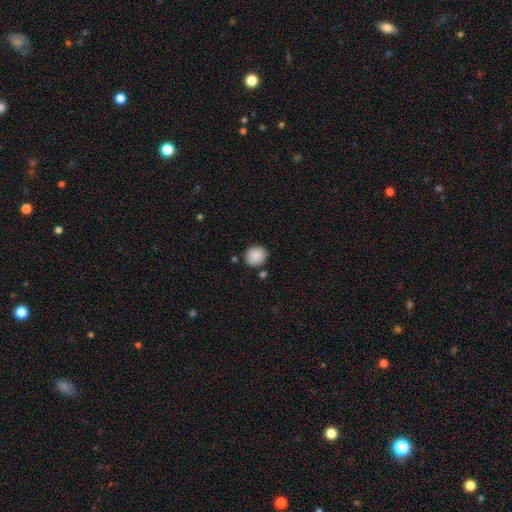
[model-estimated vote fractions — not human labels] A smooth galaxy with no disk features (88%) that is round (76%).

Vote fractions:
- Smooth or featured? smooth: 88% / star or artifact: 8% / featured or disk: 5%
- How rounded? round: 76% / in between: 23% / cigar-shaped: 1%
- Merging? none: 82% / minor disturbance: 10% / merger: 5% / major disturbance: 3%